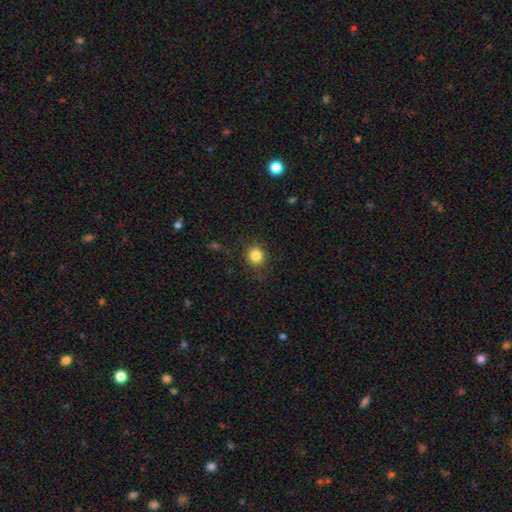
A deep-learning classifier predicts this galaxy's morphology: smooth-or-featured: smooth: 84% | star or artifact: 11% | featured or disk: 5%
  how-rounded: round: 89% | in between: 10% | cigar-shaped: 1%
  merging: none: 86% | minor disturbance: 10% | major disturbance: 3% | merger: 1%